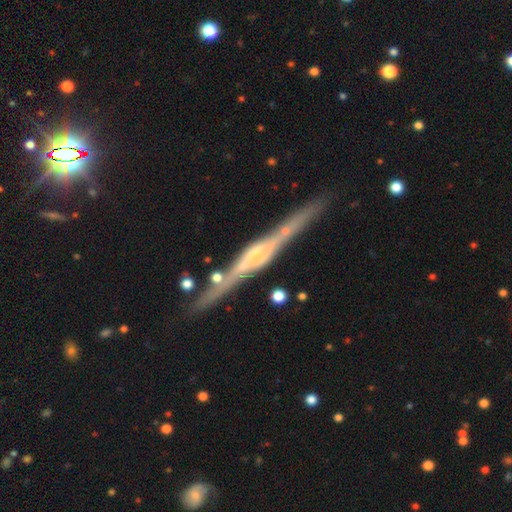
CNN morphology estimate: This is clearly a featured or disk galaxy (84%). It is clearly viewed edge-on (97%). Edge-on bulge: possibly rounded (57%). Merging: clearly none (83%).